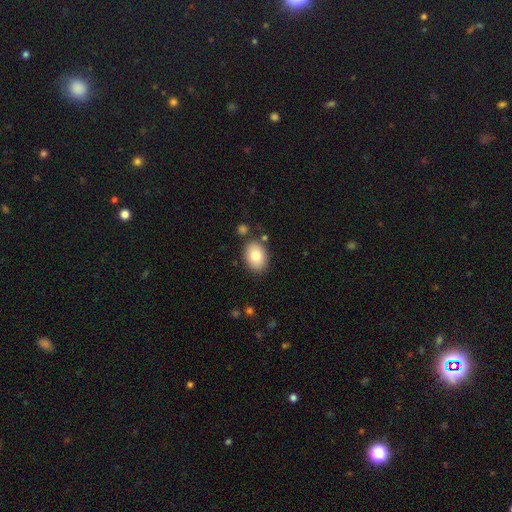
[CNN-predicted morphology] Q: Smooth or featured?
A: smooth (81%); runner-up: featured or disk (12%)
Q: How rounded?
A: in between (77%); runner-up: round (22%)
Q: Merging?
A: none (81%); runner-up: minor disturbance (12%)